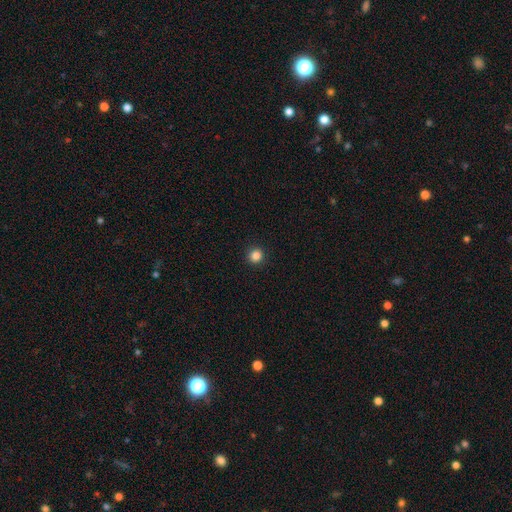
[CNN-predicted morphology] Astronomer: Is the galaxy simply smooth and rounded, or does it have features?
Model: smooth — 85%.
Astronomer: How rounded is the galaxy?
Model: round — 94%.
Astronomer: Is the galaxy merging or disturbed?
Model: none — 93%.